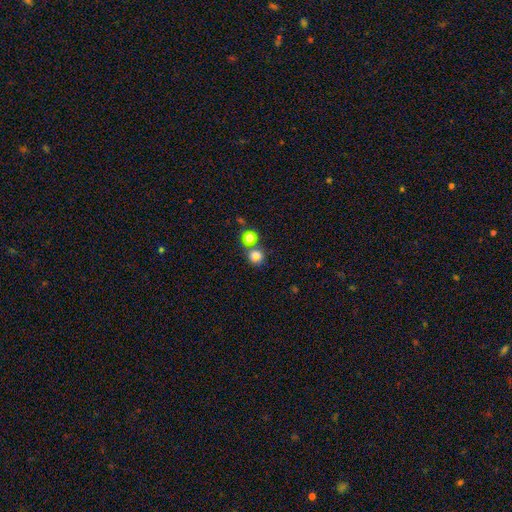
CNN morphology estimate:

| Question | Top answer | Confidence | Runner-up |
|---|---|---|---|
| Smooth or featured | smooth | 76% | star or artifact (17%) |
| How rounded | round | 85% | in between (14%) |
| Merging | none | 69% | merger (17%) |